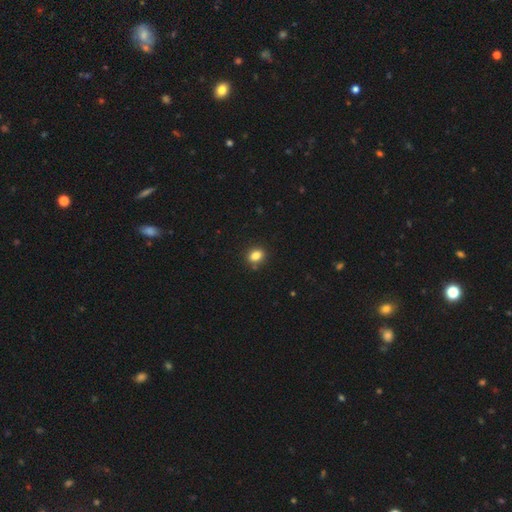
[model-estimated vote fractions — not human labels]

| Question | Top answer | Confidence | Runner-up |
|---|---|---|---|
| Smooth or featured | smooth | 84% | star or artifact (11%) |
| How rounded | in between | 51% | round (47%) |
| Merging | none | 86% | minor disturbance (10%) |